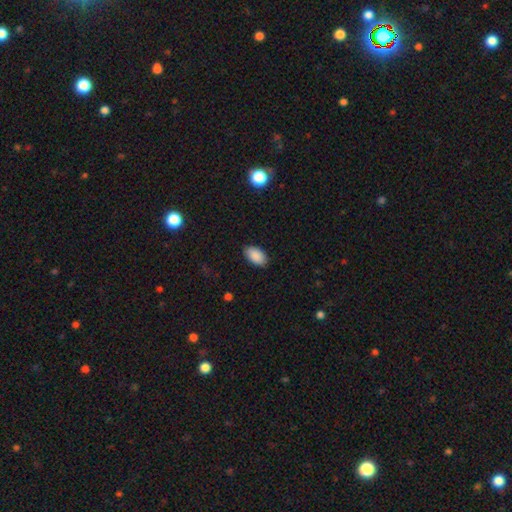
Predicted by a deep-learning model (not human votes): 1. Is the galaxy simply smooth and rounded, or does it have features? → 90% smooth, 7% star or artifact, 4% featured or disk.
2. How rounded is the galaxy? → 94% in between, 5% round, 1% cigar-shaped.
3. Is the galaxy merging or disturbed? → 86% none, 11% minor disturbance, 2% major disturbance, 1% merger.